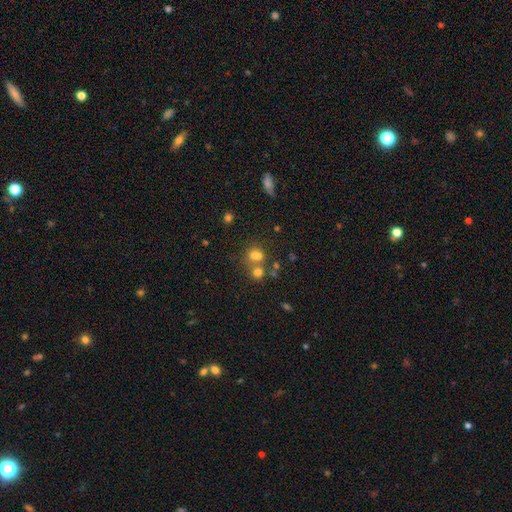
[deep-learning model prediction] Smooth or featured: smooth — 67% (star or artifact — 19%)
How rounded: round — 67% (in between — 32%)
Merging: merger — 47% (none — 39%)